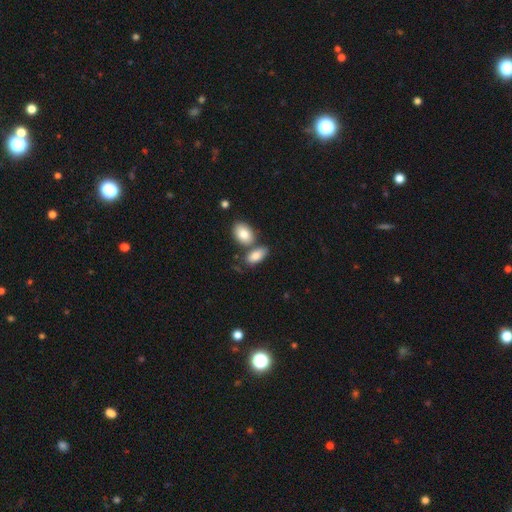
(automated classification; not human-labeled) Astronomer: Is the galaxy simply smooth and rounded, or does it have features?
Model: smooth — 84%.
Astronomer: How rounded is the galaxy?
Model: in between — 90%.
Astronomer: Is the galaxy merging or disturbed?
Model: none — 51% (runner-up: merger, 29%).